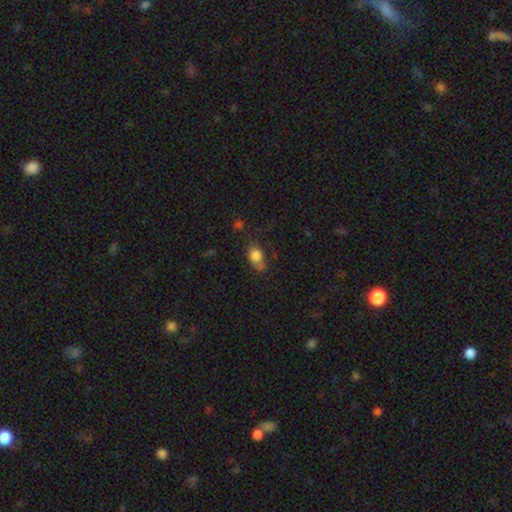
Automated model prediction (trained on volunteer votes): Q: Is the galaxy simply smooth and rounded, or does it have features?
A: smooth — 79%.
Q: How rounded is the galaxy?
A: in between — 76%.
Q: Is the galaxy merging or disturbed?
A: none — 46%.